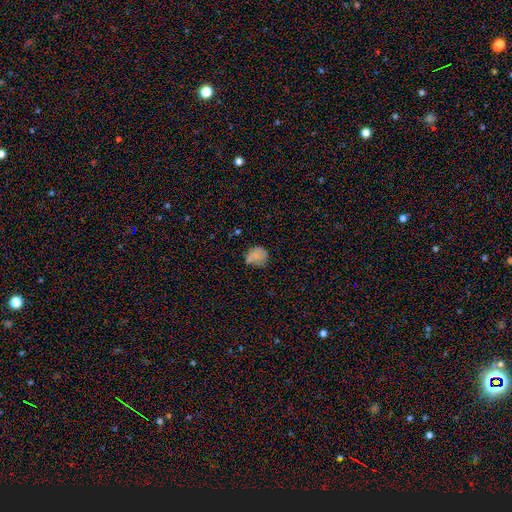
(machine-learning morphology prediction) Smooth or featured: smooth — 72% (featured or disk — 15%)
How rounded: round — 69% (in between — 30%)
Merging: none — 52% (minor disturbance — 29%)